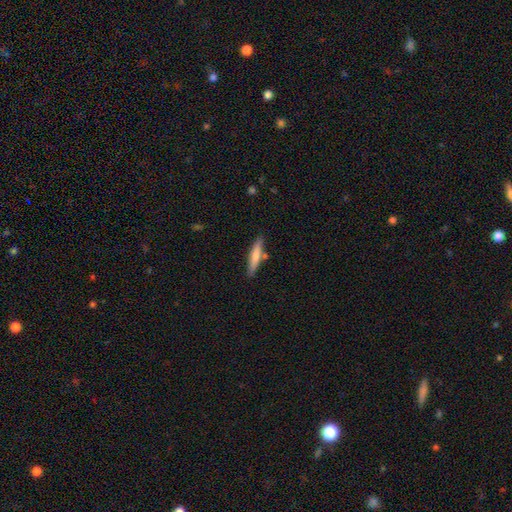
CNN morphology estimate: type=smooth (70%); roundness=cigar-shaped (87%); merging=none (80%).